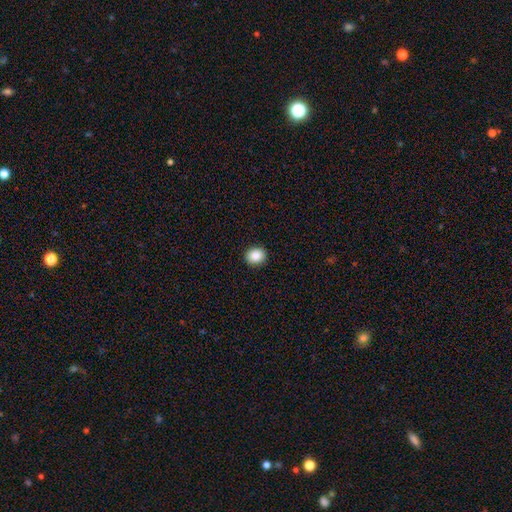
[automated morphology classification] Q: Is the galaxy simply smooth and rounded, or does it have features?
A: smooth — 86%.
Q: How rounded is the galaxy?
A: round — 78%.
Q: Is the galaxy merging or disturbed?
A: none — 93%.